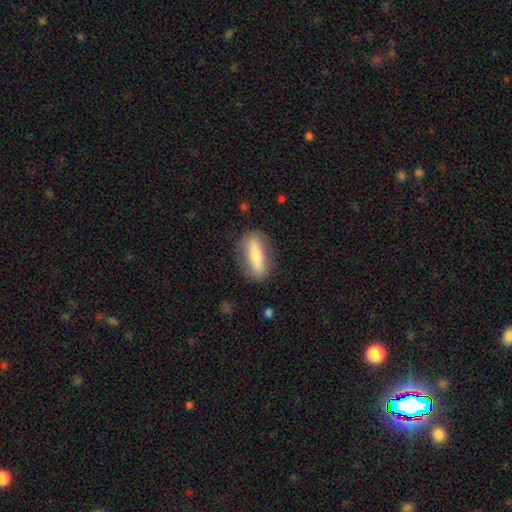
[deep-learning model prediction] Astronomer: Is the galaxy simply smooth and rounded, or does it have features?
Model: smooth — 57% (runner-up: featured or disk, 36%).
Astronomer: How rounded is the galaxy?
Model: cigar-shaped — 51% (runner-up: in between, 45%).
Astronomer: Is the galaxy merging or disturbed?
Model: none — 84%.